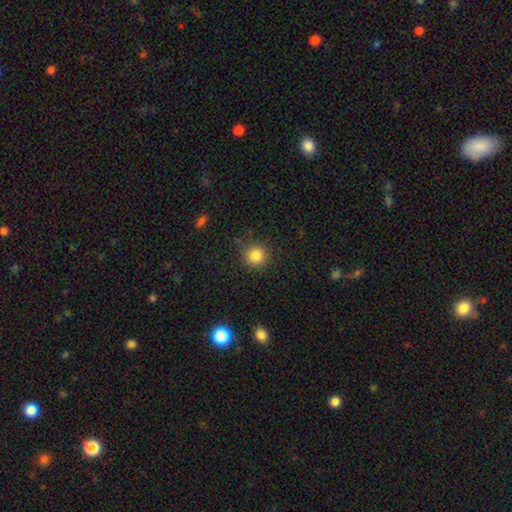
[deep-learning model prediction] Smooth or featured?
  - smooth: 84% *
  - star or artifact: 11%
  - featured or disk: 5%
How rounded?
  - round: 94% *
  - in between: 5%
  - cigar-shaped: 1%
Merging?
  - none: 87% *
  - minor disturbance: 9%
  - major disturbance: 3%
  - merger: 1%